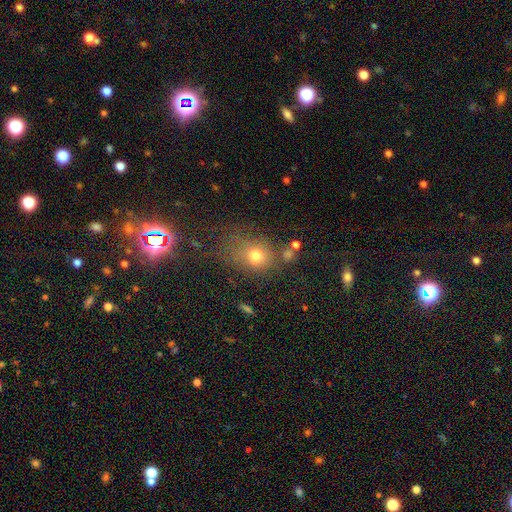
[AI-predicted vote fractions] Q: Smooth or featured?
A: smooth (72%); runner-up: star or artifact (16%)
Q: How rounded?
A: round (57%); runner-up: in between (41%)
Q: Merging?
A: none (52%); runner-up: minor disturbance (20%)